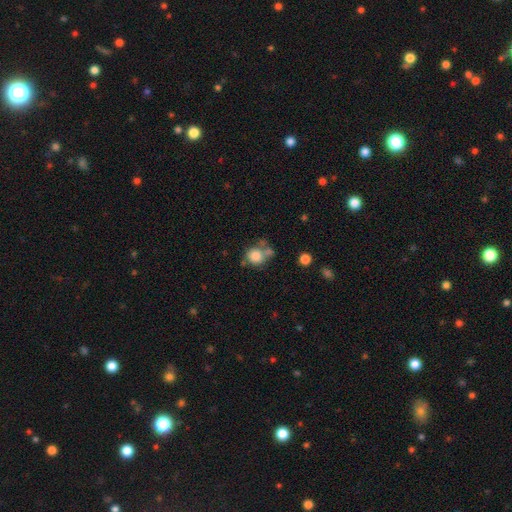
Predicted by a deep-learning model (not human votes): Morphology: type=smooth (81%); roundness=round (83%); merging=none (47%).